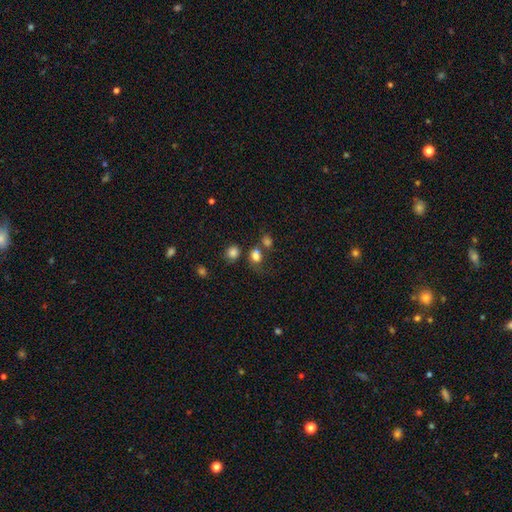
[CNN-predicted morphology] Smooth or featured? Predicted: smooth (p=0.79). How rounded? Predicted: round (p=0.49, tied with in between). Merging? Predicted: none (p=0.48).